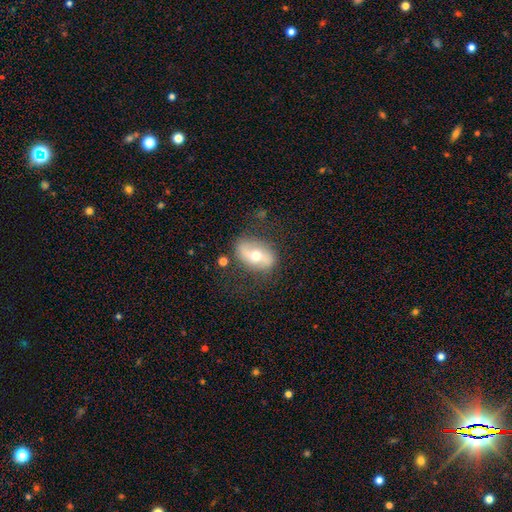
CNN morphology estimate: smooth-or-featured: featured or disk: 64% | smooth: 29% | star or artifact: 7%
  disk-edge-on: no: 92% | yes: 8%
    bar: no: 35% | weak: 33% | strong: 32%
    has-spiral-arms: yes: 77% | no: 23%
    bulge-size: moderate: 72% | small: 18% | large: 8% | dominant: 1% | none: 1%
  merging: none: 74% | minor disturbance: 17% | major disturbance: 7% | merger: 2%